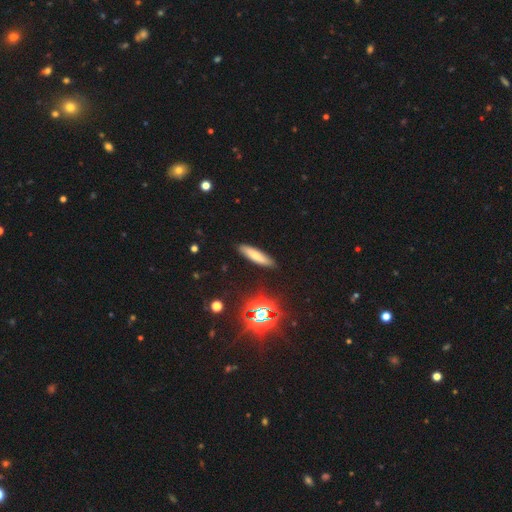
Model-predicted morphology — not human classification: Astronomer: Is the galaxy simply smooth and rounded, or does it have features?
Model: smooth — 67%.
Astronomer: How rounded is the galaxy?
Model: cigar-shaped — 76%.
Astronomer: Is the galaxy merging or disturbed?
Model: none — 88%.